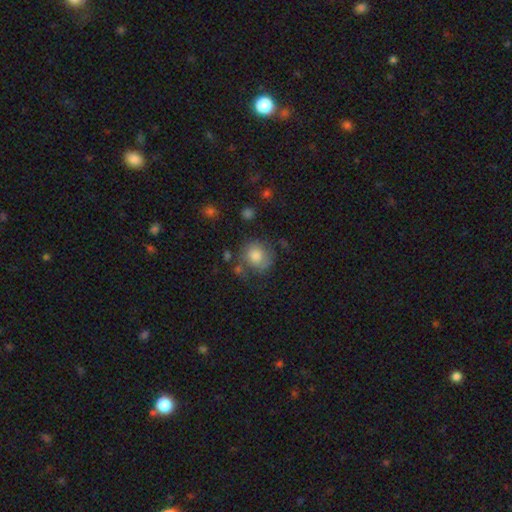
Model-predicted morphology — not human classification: A smooth galaxy with no disk features (75%) that is round (80%). Merging: none (57%).